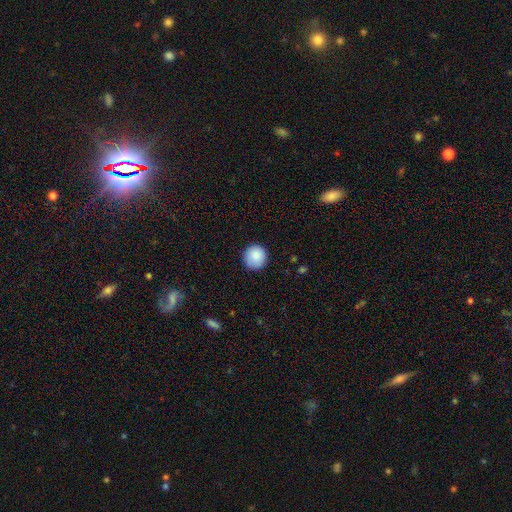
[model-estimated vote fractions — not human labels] smooth-or-featured: smooth: 89% | star or artifact: 7% | featured or disk: 4%
  how-rounded: round: 93% | in between: 6% | cigar-shaped: 1%
  merging: none: 89% | minor disturbance: 8% | major disturbance: 2% | merger: 1%